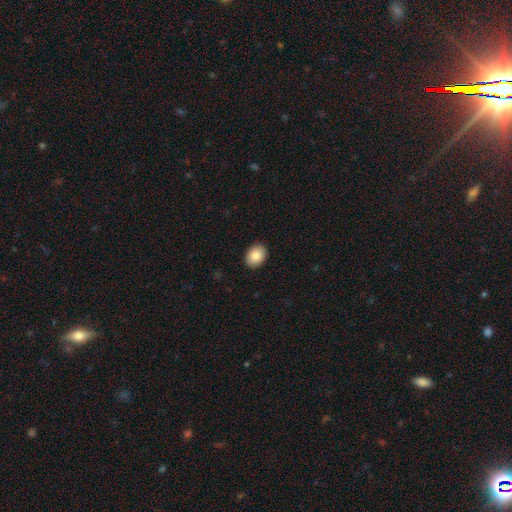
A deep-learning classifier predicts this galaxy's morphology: The model was most divided on "how rounded": in between: 72%, round: 27%, cigar-shaped: 1%. More confident: merging — none (91%); smooth or featured — smooth (87%).